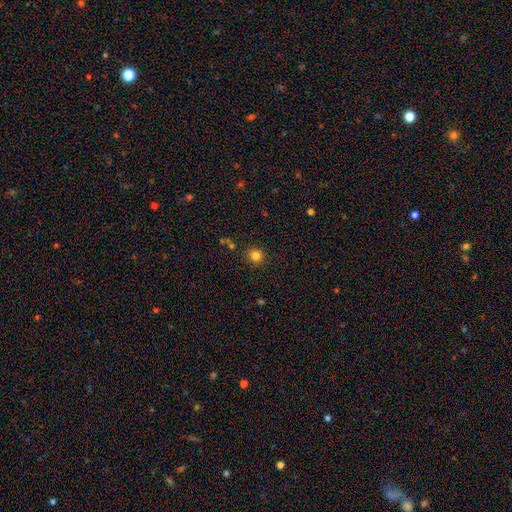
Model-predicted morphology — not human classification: Smooth or featured?
  - smooth: 81% *
  - star or artifact: 14%
  - featured or disk: 5%
How rounded?
  - round: 92% *
  - in between: 7%
  - cigar-shaped: 1%
Merging?
  - none: 90% *
  - minor disturbance: 6%
  - major disturbance: 2%
  - merger: 2%